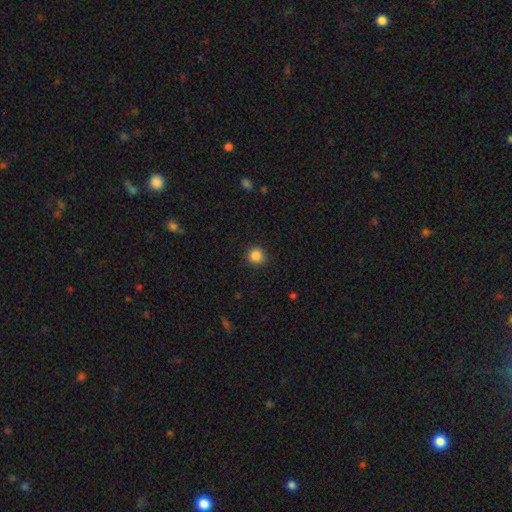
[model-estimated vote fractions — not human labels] This is clearly a smooth galaxy (86%). How rounded: clearly round (91%). Merging: clearly none (88%).